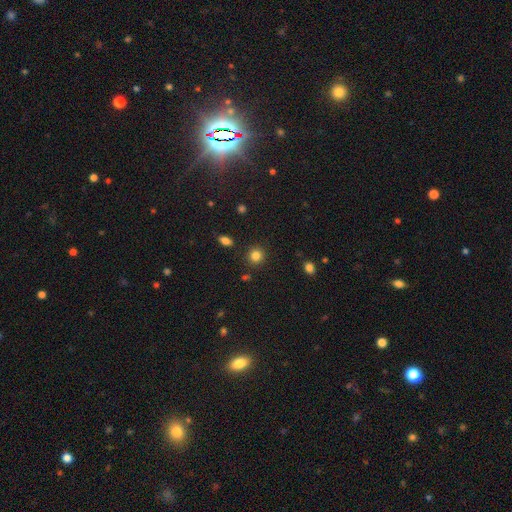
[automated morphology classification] Q: Smooth or featured?
A: smooth (83%); runner-up: star or artifact (12%)
Q: How rounded?
A: round (90%); runner-up: in between (9%)
Q: Merging?
A: none (89%); runner-up: minor disturbance (6%)